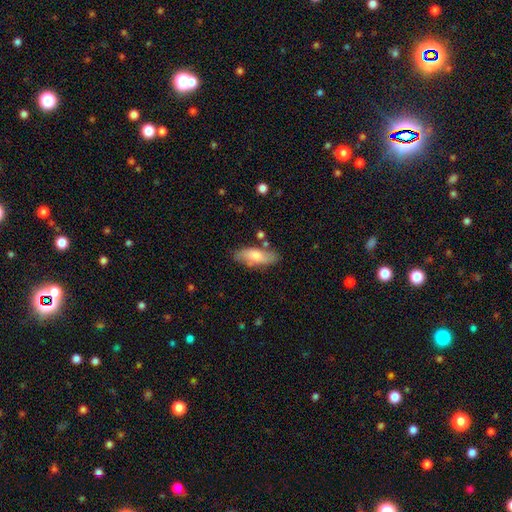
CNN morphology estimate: The model was most divided on "smooth or featured": smooth: 68%, featured or disk: 26%, star or artifact: 6%. More confident: how rounded — in between (75%); merging — none (73%).